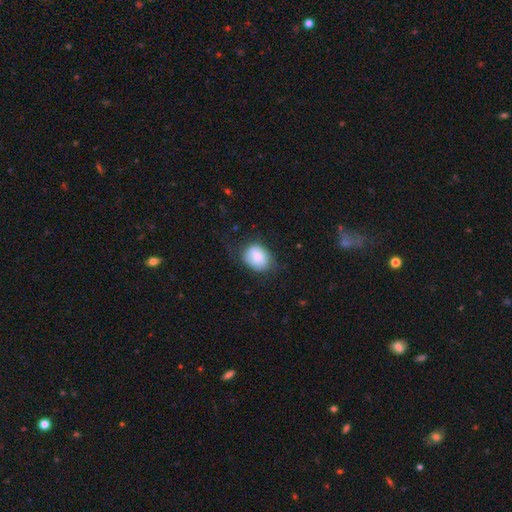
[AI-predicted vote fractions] Smooth or featured? Predicted: smooth (p=0.79). How rounded? Predicted: in between (p=0.56). Merging? Predicted: none (p=0.62).